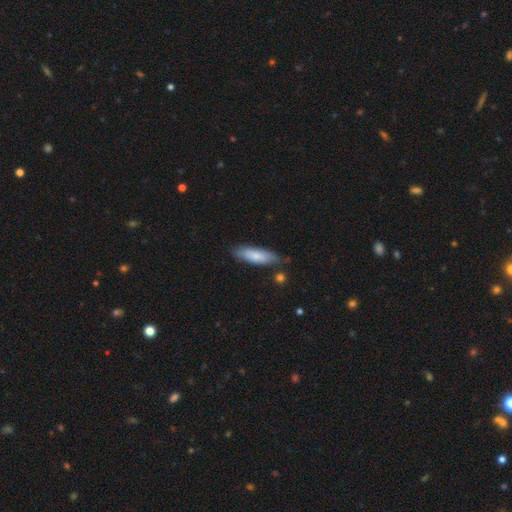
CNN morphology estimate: type=smooth (76%); roundness=cigar-shaped (53%); merging=none (73%).